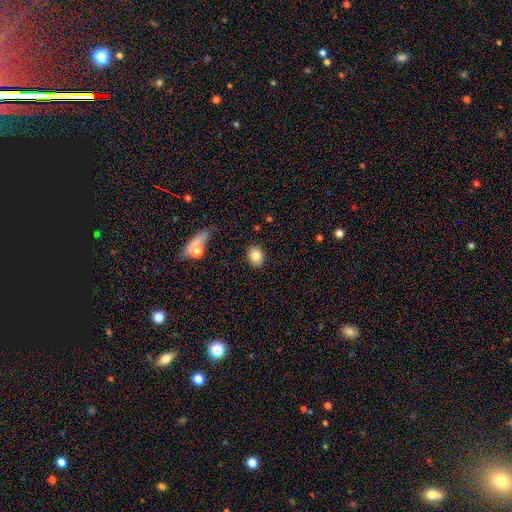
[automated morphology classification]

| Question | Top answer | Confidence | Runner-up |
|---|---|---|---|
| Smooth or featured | smooth | 82% | featured or disk (9%) |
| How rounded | round | 59% | in between (40%) |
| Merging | none | 86% | minor disturbance (9%) |